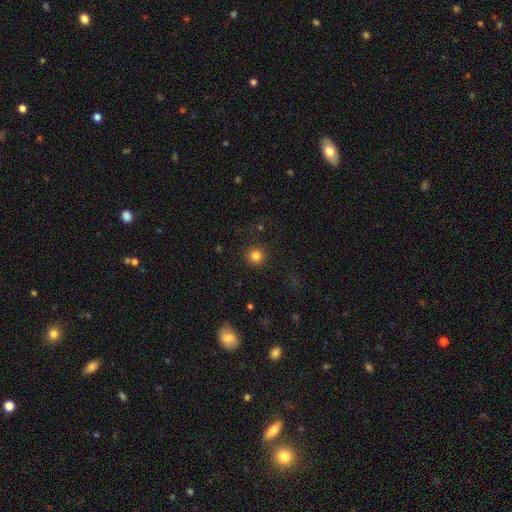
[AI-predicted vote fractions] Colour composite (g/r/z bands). It shows a smooth galaxy with no disk features (83%) that is round (95%). Merging: none (90%).